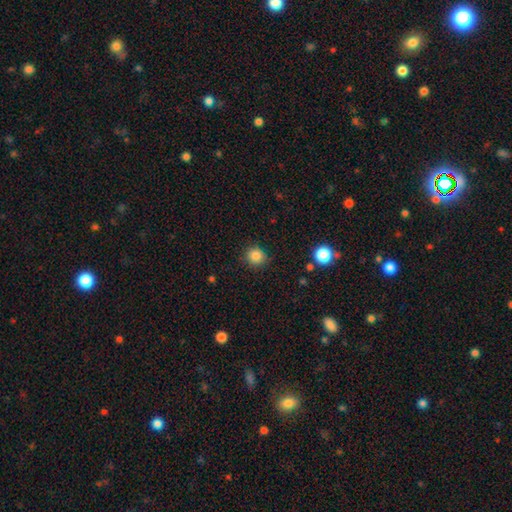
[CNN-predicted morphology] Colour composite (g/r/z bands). It shows a smooth galaxy with no disk features (85%) that is round (88%). Merging: none (87%).